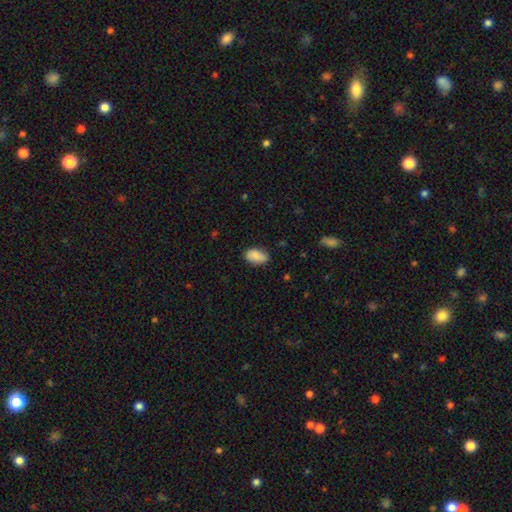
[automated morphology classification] A smooth galaxy with no disk features (87%) that is in between round and cigar-shaped (93%). Merging: none (79%).